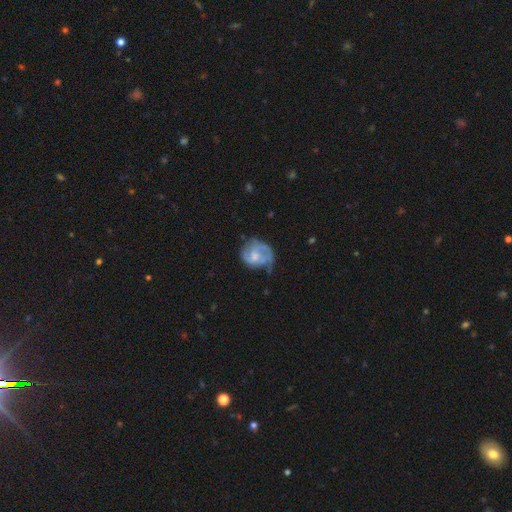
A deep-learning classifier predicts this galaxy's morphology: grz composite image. It shows a featured or disk galaxy (72%) with no bar (60%), 2 (48%) medium (44%) spiral arms (88%) and a moderate central bulge (41%). Merging: none (50%).